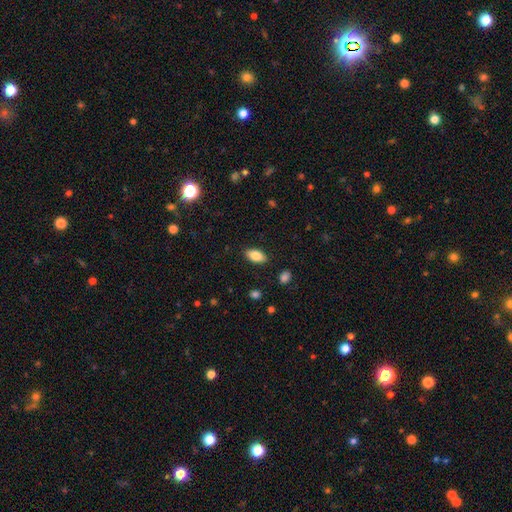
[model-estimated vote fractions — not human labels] This appears to be a smooth galaxy with no disk features (83%) that is in between round and cigar-shaped (91%). Merging: none (87%).